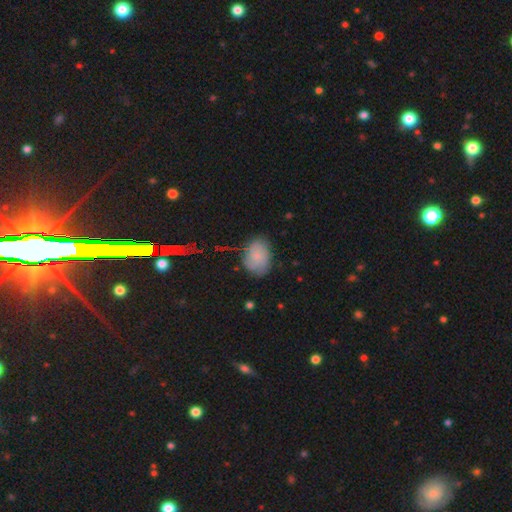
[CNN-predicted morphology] A smooth galaxy with no disk features (72%) that is in between round and cigar-shaped (77%). Merging: none (68%).